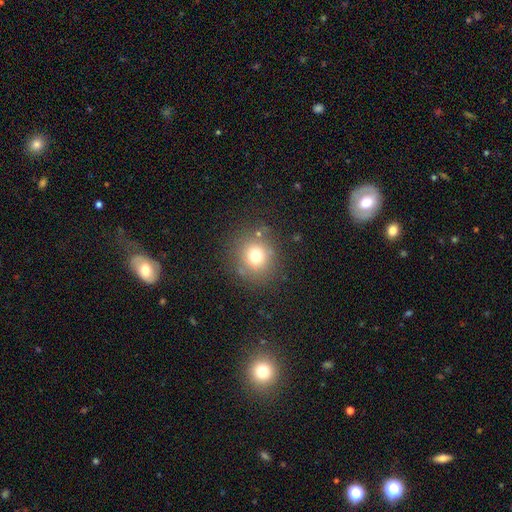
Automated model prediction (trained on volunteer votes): smooth-or-featured: smooth: 73% | star or artifact: 16% | featured or disk: 12%
  how-rounded: round: 86% | in between: 13% | cigar-shaped: 1%
  merging: none: 81% | minor disturbance: 11% | major disturbance: 5% | merger: 3%